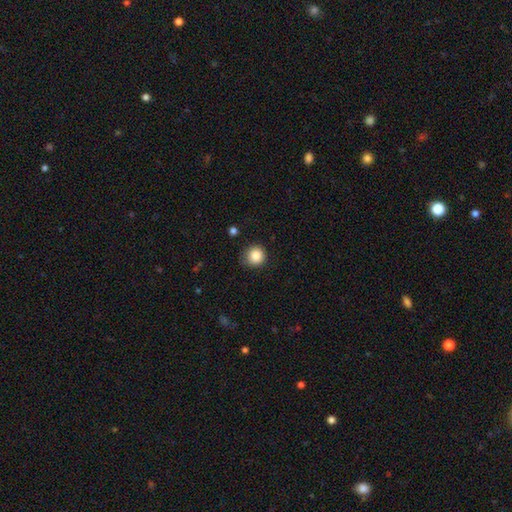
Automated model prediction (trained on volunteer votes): Smooth or featured: smooth — 86% (star or artifact — 10%)
How rounded: round — 92% (in between — 7%)
Merging: none — 80% (minor disturbance — 15%)